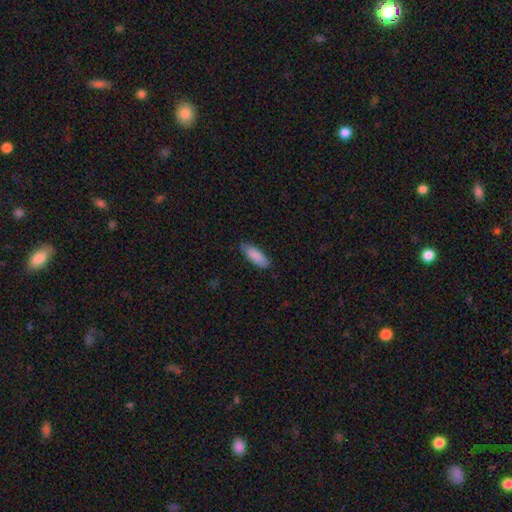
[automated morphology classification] Smooth or featured? Predicted: smooth (p=0.88). How rounded? Predicted: in between (p=0.65). Merging? Predicted: none (p=0.83).